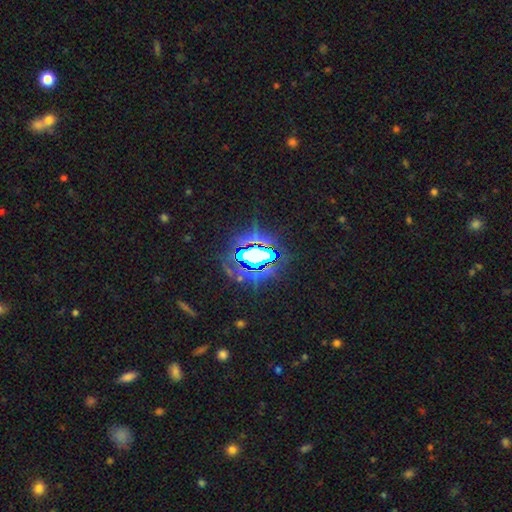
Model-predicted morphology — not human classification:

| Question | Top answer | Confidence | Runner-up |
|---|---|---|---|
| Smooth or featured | star or artifact | 73% | smooth (13%) |